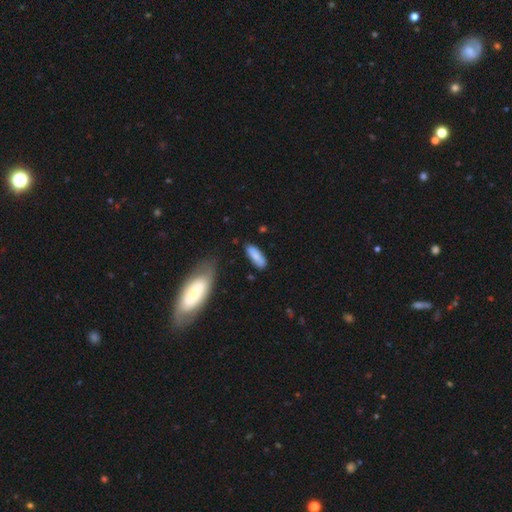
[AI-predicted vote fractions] Smooth or featured: smooth — 77% (featured or disk — 16%)
How rounded: in between — 69% (cigar-shaped — 29%)
Merging: none — 74% (minor disturbance — 18%)